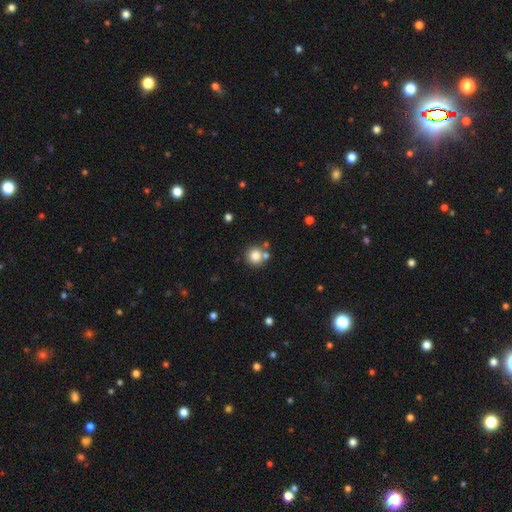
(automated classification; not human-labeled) A smooth galaxy with no disk features (81%) that is round (92%). Merging: none (70%).